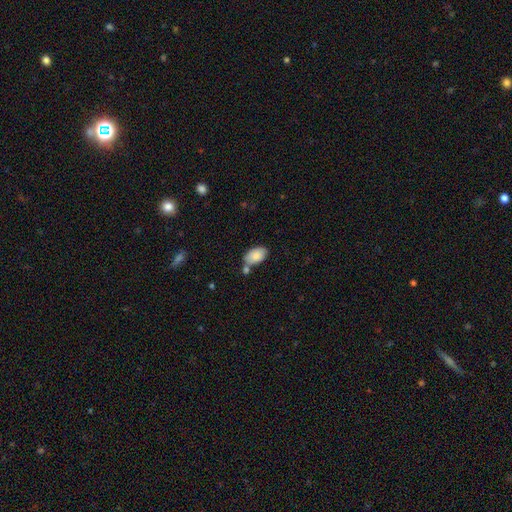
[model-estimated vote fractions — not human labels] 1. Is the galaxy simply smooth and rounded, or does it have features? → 83% smooth, 10% featured or disk, 7% star or artifact.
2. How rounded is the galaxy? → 93% in between, 5% round, 1% cigar-shaped.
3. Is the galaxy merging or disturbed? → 59% none, 21% merger, 16% minor disturbance, 4% major disturbance.